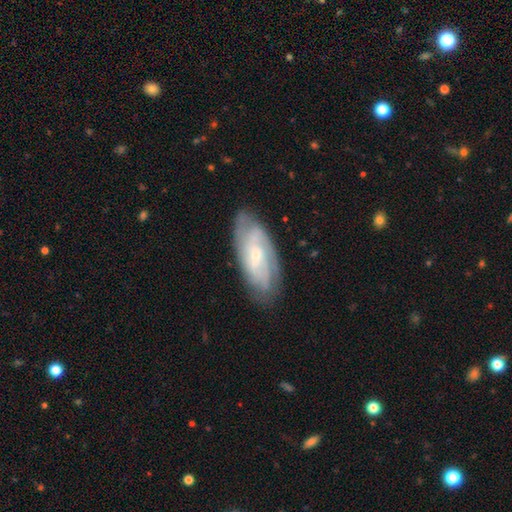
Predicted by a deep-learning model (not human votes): Overall: featured or disk (76%). Edge-on disk: no (91%). Bar: no (52%; weak 38%). Spiral arms: yes (92%). Spiral arm count: can't tell (38%; 2 23%). Spiral winding: tight (57%; medium 34%). Bulge size: small (70%). Merging: none (79%).